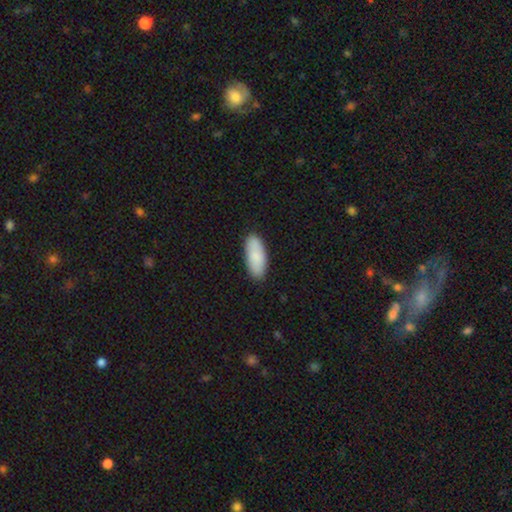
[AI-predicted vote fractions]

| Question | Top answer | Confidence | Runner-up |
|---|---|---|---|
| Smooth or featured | smooth | 86% | featured or disk (8%) |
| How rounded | in between | 84% | cigar-shaped (14%) |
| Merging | none | 86% | minor disturbance (11%) |